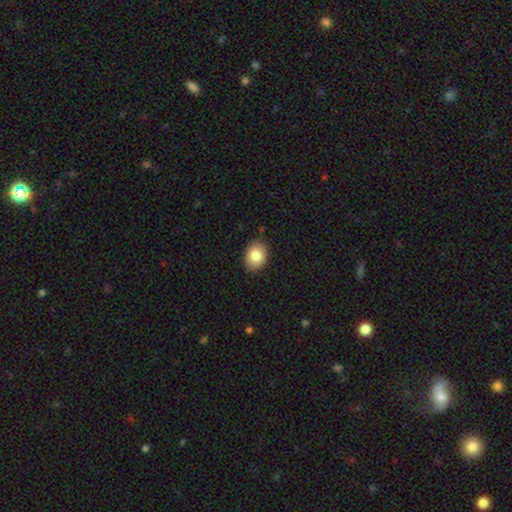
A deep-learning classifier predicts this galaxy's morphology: Smooth or featured? Predicted: smooth (p=0.84). How rounded? Predicted: in between (p=0.67). Merging? Predicted: none (p=0.87).